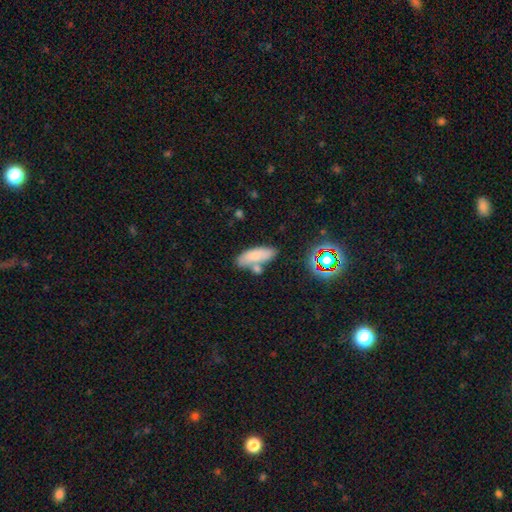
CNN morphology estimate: Smooth or featured? smooth (77%)
How rounded? in between (66%)
Merging? none (59%)